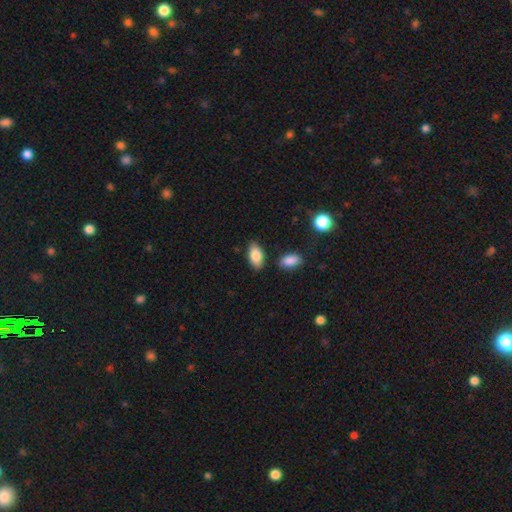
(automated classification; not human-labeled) Smooth or featured: smooth — 84% (featured or disk — 10%)
How rounded: in between — 93% (cigar-shaped — 4%)
Merging: none — 82% (minor disturbance — 11%)